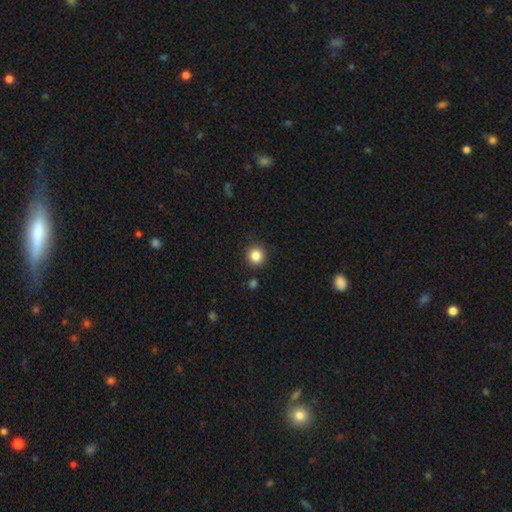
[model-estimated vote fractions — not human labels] The model was most divided on "smooth or featured": smooth: 85%, star or artifact: 11%, featured or disk: 4%. More confident: how rounded — round (94%); merging — none (90%).